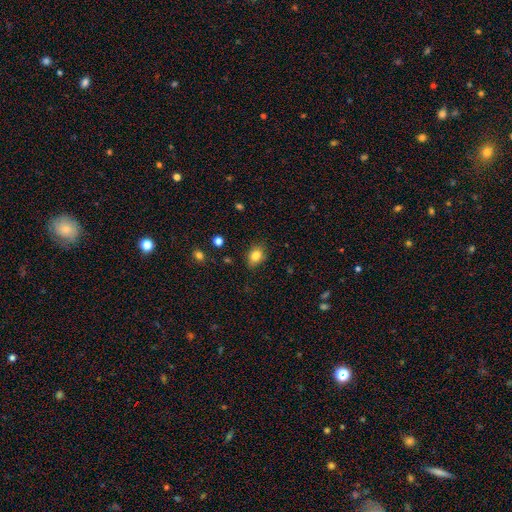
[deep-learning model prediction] This is clearly a smooth galaxy (82%). How rounded: likely in between (68%). Merging: clearly none (81%).